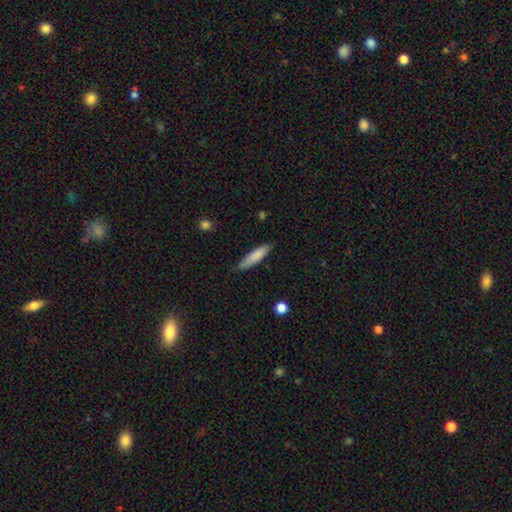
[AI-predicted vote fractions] Q: Smooth or featured?
A: smooth (81%); runner-up: featured or disk (14%)
Q: How rounded?
A: cigar-shaped (78%); runner-up: in between (21%)
Q: Merging?
A: none (69%); runner-up: minor disturbance (26%)